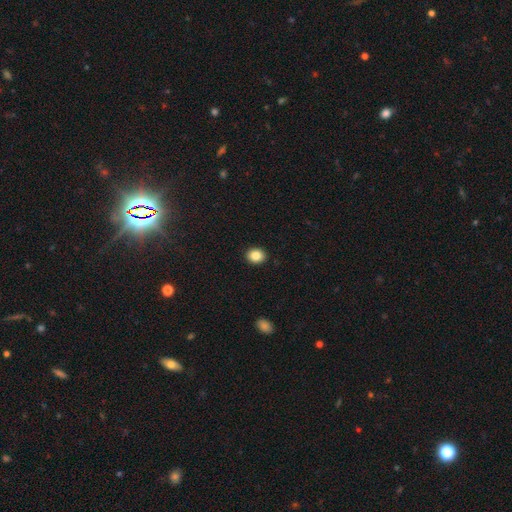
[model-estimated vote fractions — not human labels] A smooth galaxy with no disk features (86%) that is round (63%).

Vote fractions:
- Smooth or featured? smooth: 86% / star or artifact: 9% / featured or disk: 5%
- How rounded? round: 63% / in between: 37% / cigar-shaped: 1%
- Merging? none: 92% / minor disturbance: 6% / major disturbance: 2% / merger: 1%